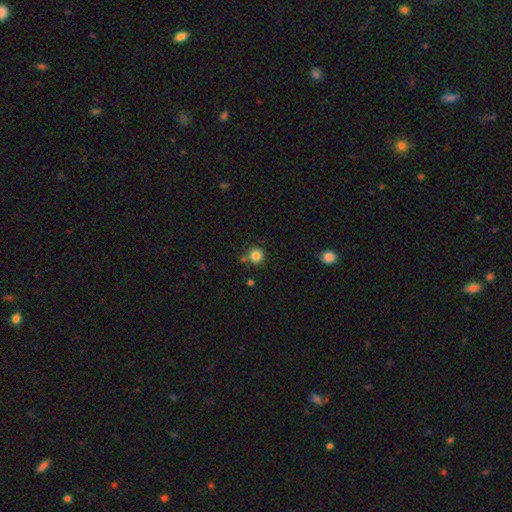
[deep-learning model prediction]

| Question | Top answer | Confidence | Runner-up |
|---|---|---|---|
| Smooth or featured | smooth | 84% | star or artifact (11%) |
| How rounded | round | 94% | in between (5%) |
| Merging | none | 76% | merger (11%) |